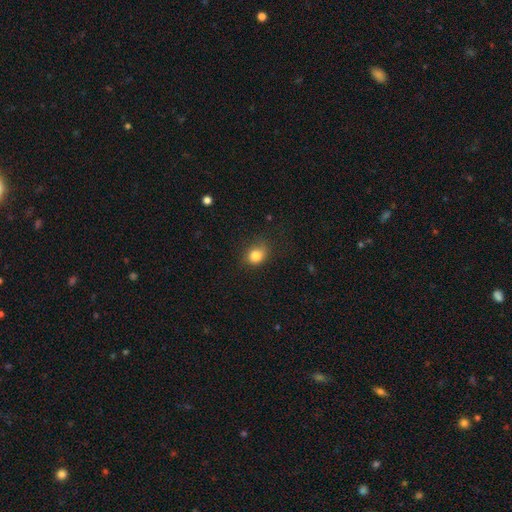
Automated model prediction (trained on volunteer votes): Smooth or featured: smooth — 83% (star or artifact — 11%)
How rounded: round — 58% (in between — 41%)
Merging: none — 71% (minor disturbance — 22%)